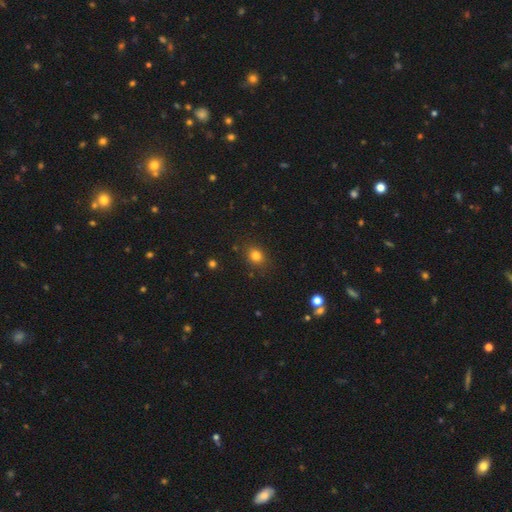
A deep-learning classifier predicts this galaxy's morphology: Smooth or featured? Predicted: smooth (p=0.80). How rounded? Predicted: round (p=0.57). Merging? Predicted: none (p=0.84).